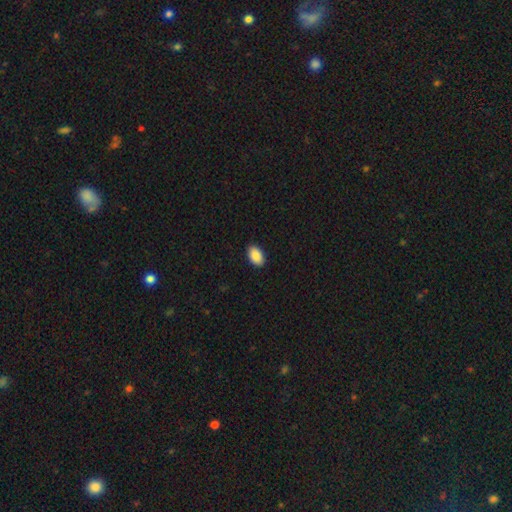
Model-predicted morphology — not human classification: A smooth galaxy with no disk features (90%) that is in between round and cigar-shaped (93%).

Vote fractions:
- Smooth or featured? smooth: 90% / star or artifact: 7% / featured or disk: 3%
- How rounded? in between: 93% / round: 6% / cigar-shaped: 1%
- Merging? none: 91% / minor disturbance: 7% / major disturbance: 2% / merger: 1%